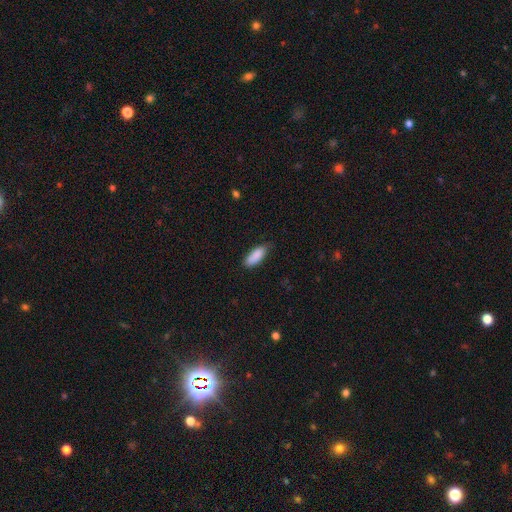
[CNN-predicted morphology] smooth_or_featured: smooth (p=0.89) [alt: star or artifact p=0.06]
how_rounded: in between (p=0.74) [alt: cigar-shaped p=0.24]
merging: none (p=0.76) [alt: minor disturbance p=0.20]